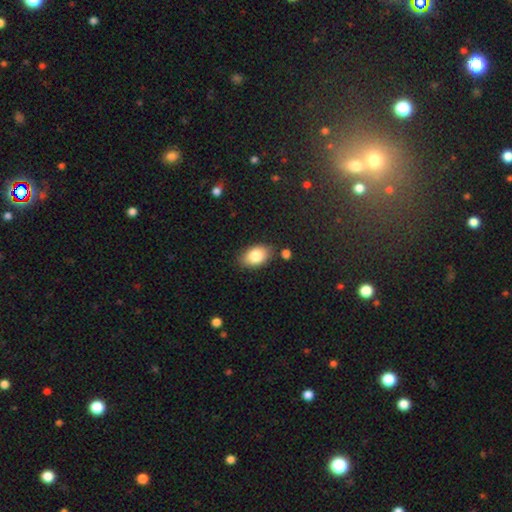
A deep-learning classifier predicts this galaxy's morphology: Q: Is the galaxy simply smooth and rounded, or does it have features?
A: smooth — 83%.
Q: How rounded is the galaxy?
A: in between — 89%.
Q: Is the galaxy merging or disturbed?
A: none — 80%.